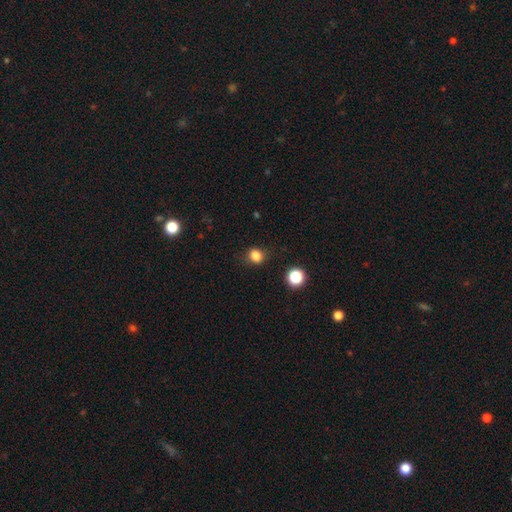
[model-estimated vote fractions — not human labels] Smooth or featured? Predicted: smooth (p=0.82). How rounded? Predicted: round (p=0.62). Merging? Predicted: none (p=0.81).